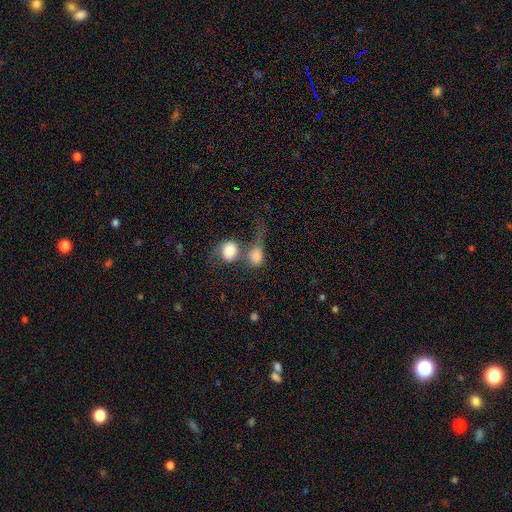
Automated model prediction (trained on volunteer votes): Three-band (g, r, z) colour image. It shows a smooth galaxy with no disk features (74%) that is round (61%). Merging: merger (63%).